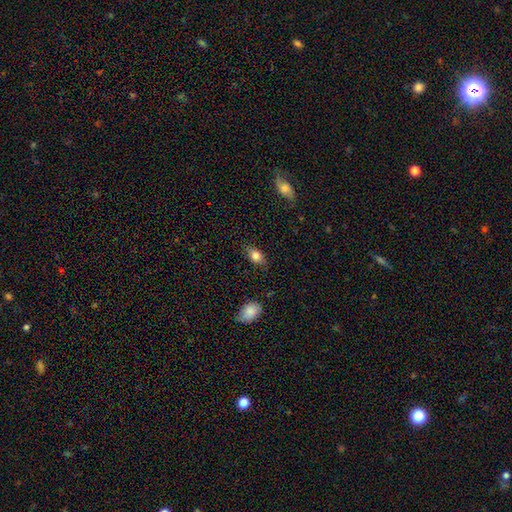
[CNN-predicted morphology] Overall: smooth (80%). How rounded: in between (83%). Merging: none (81%).